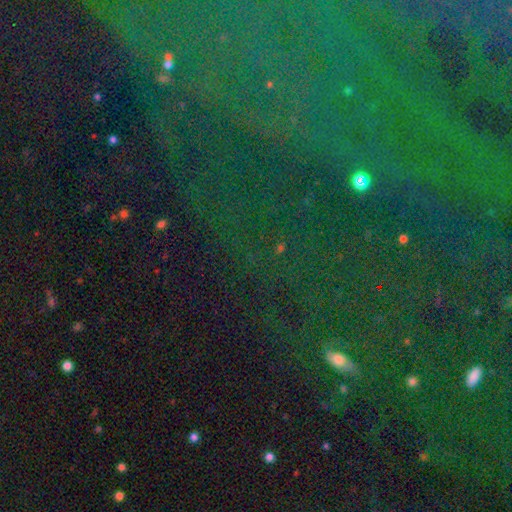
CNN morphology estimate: star or artifact 75%, smooth 13%, featured or disk 12%.